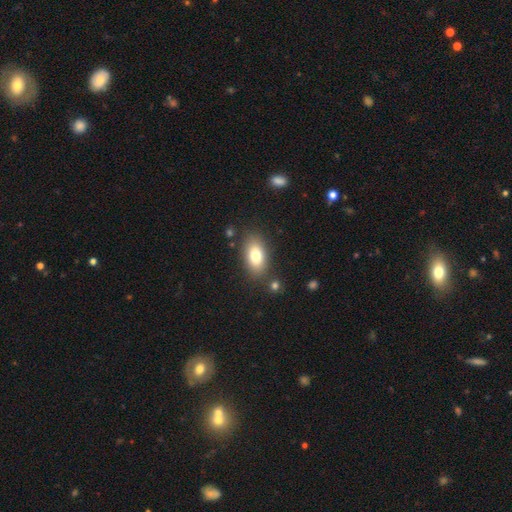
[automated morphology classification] This appears to be a smooth galaxy with no disk features (77%) that is in between round and cigar-shaped (89%). Merging: none (82%).